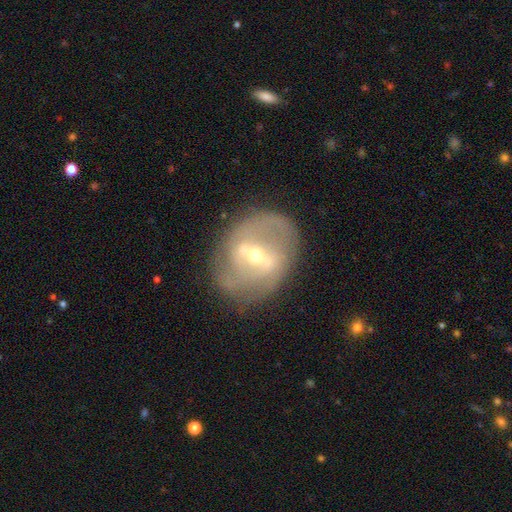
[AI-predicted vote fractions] Q: Smooth or featured?
A: featured or disk (78%); runner-up: smooth (15%)
Q: Edge-on disk?
A: no (92%); runner-up: yes (8%)
Q: Bar?
A: strong (57%); runner-up: weak (32%)
Q: Spiral arms?
A: yes (61%); runner-up: no (39%)
Q: Bulge size?
A: moderate (53%); runner-up: small (43%)
Q: Merging?
A: none (74%); runner-up: minor disturbance (16%)